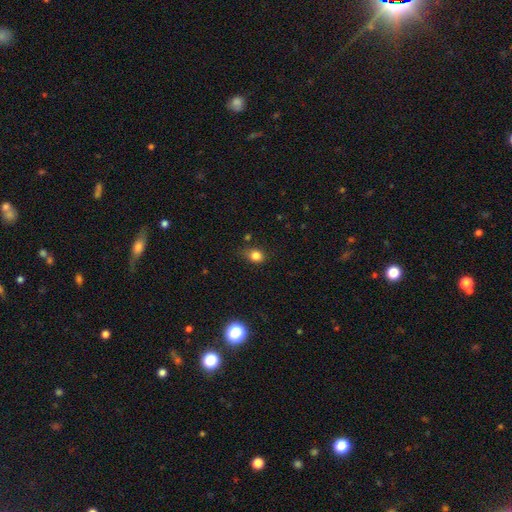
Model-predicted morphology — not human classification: smooth_or_featured: smooth (p=0.81) [alt: star or artifact p=0.13]
how_rounded: round (p=0.62) [alt: in between p=0.37]
merging: none (p=0.69) [alt: minor disturbance p=0.22]